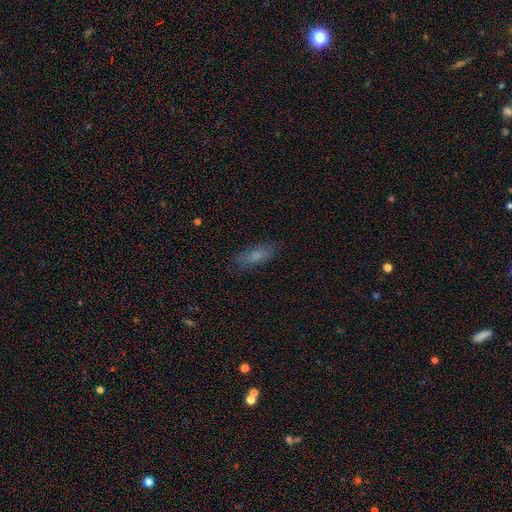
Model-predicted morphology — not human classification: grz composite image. It shows a smooth galaxy with no disk features (76%) that is in between round and cigar-shaped (62%). Merging: none (81%).